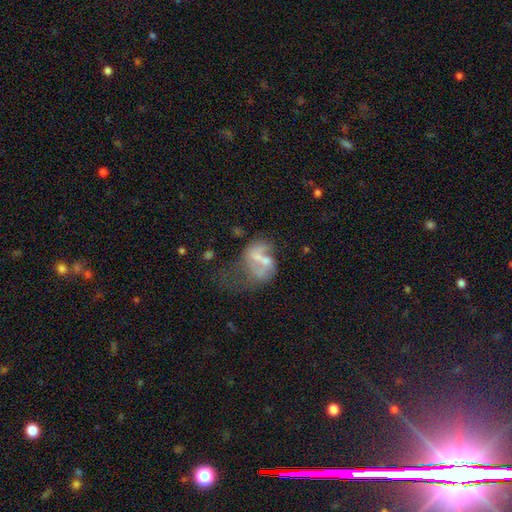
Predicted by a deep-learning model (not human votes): The model was most divided on "merging": major disturbance: 35%, merger: 33%, none: 18%, minor disturbance: 14%. Remaining: edge-on disk — no (98%); smooth or featured — featured or disk (60%); bar — no (56%); spiral arms — no (54%); bulge size — moderate (35%).